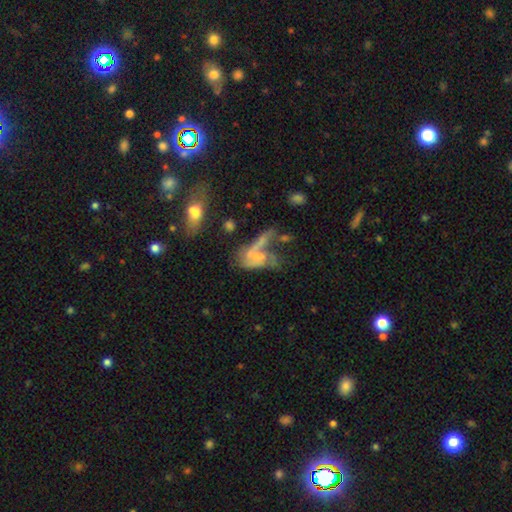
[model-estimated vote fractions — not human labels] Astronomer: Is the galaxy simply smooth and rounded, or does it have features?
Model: featured or disk — 63%.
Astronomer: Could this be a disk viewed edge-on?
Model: no — 95%.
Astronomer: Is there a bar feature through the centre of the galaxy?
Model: no — 42% (runner-up: weak, 41%).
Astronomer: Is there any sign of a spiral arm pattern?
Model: yes — 73%.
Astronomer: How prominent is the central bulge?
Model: small — 52%.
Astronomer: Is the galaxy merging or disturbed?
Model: major disturbance — 34% (runner-up: merger, 33%).